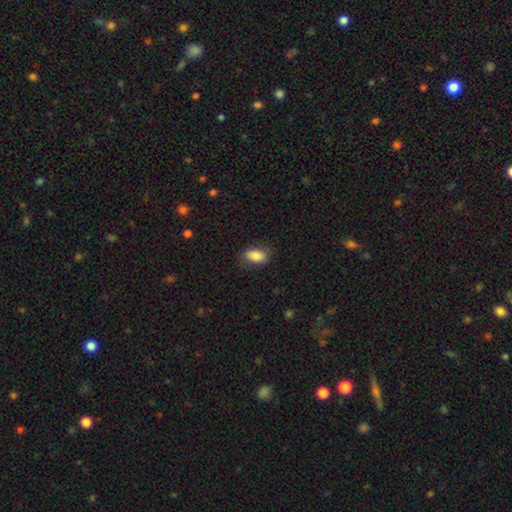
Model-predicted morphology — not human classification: Smooth or featured? smooth (86%)
How rounded? in between (90%)
Merging? none (77%)